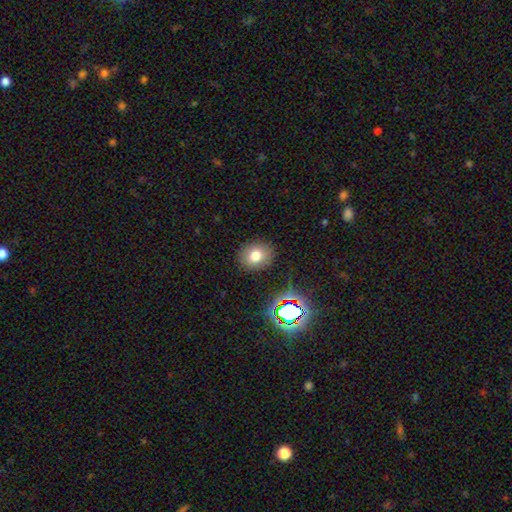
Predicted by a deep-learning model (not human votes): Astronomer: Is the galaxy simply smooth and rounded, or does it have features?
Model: smooth — 74%.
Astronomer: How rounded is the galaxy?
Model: round — 60% (runner-up: in between, 39%).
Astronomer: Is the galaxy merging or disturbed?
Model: none — 87%.